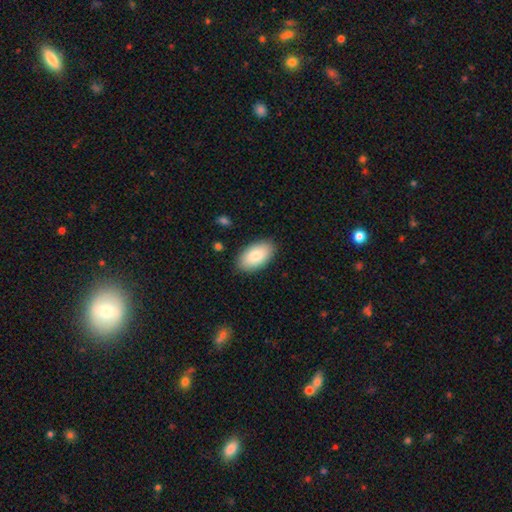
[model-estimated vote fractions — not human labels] Q: Smooth or featured?
A: smooth (85%); runner-up: featured or disk (9%)
Q: How rounded?
A: in between (96%); runner-up: round (3%)
Q: Merging?
A: none (88%); runner-up: minor disturbance (9%)